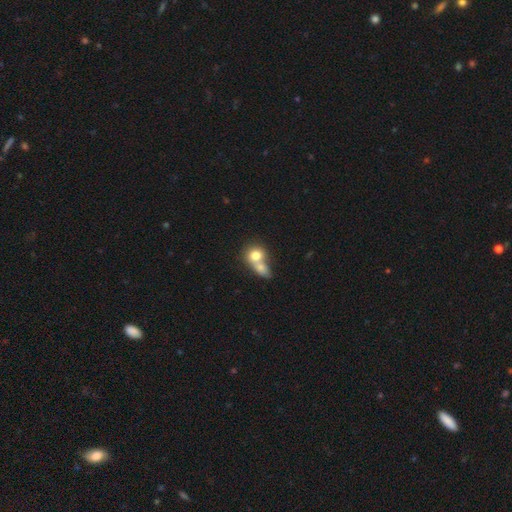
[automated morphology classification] Smooth or featured? Predicted: smooth (p=0.75). How rounded? Predicted: round (p=0.67). Merging? Predicted: merger (p=0.68).